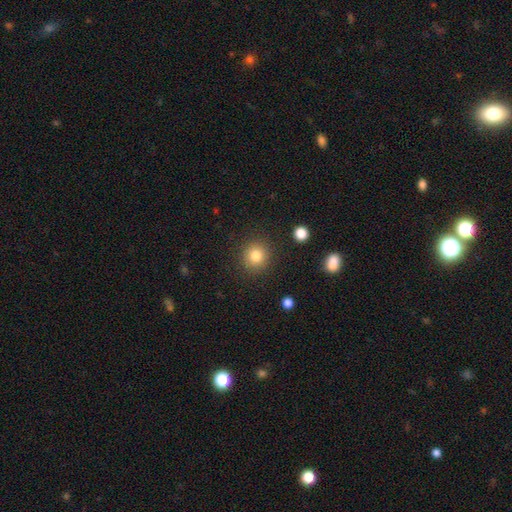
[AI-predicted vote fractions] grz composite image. It shows a smooth galaxy with no disk features (81%) that is round (91%). Merging: none (89%).